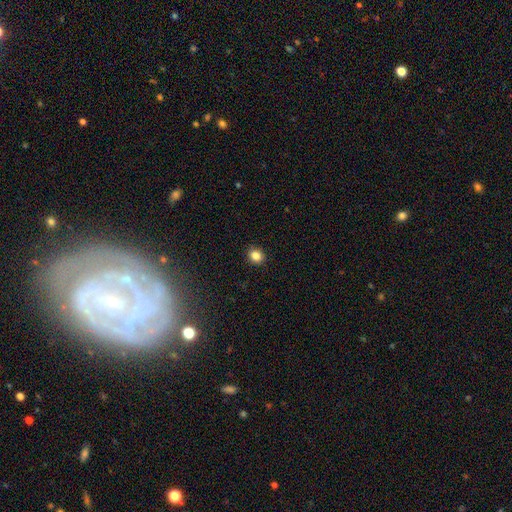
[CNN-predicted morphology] type=smooth (85%); roundness=round (69%); merging=none (90%).